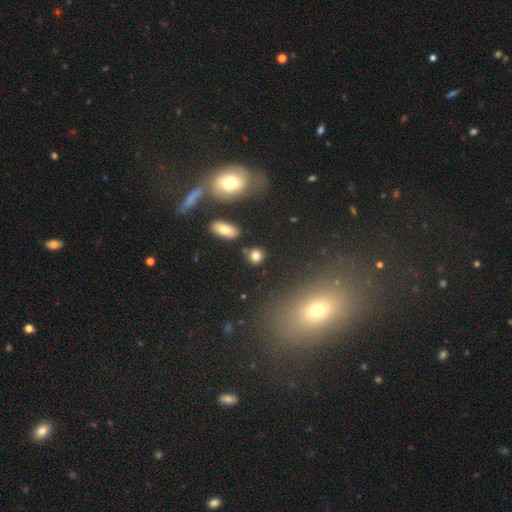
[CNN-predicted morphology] Q: Smooth or featured?
A: smooth (80%); runner-up: star or artifact (12%)
Q: How rounded?
A: round (77%); runner-up: in between (21%)
Q: Merging?
A: none (78%); runner-up: minor disturbance (11%)